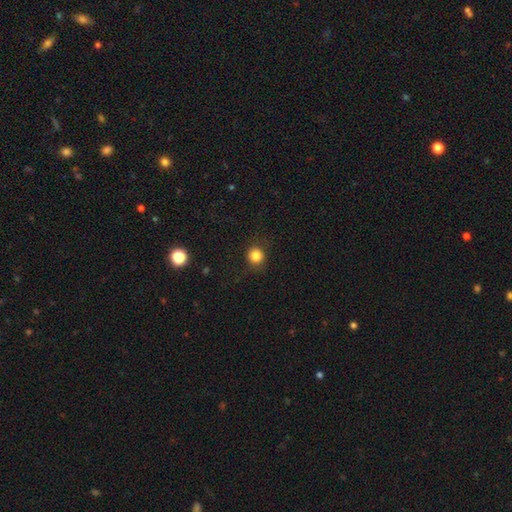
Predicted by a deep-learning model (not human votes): smooth_or_featured: smooth (p=0.84) [alt: star or artifact p=0.12]
how_rounded: round (p=0.92) [alt: in between p=0.07]
merging: none (p=0.87) [alt: minor disturbance p=0.09]